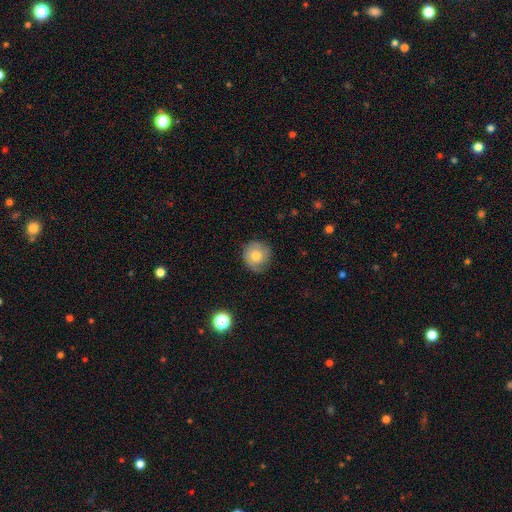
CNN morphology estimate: smooth 73%, featured or disk 18%, star or artifact 9%. Down the decision tree: how rounded — round (92%); merging — none (76%).